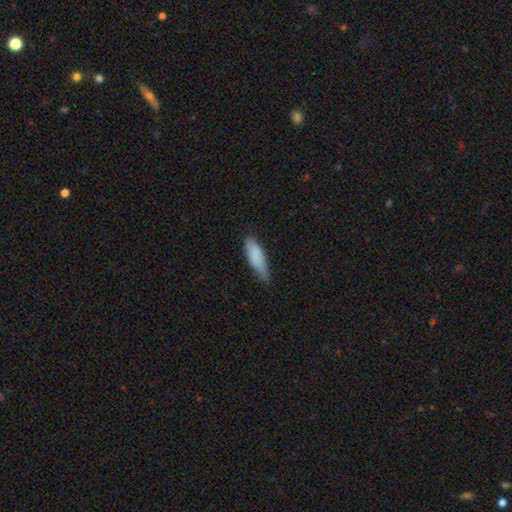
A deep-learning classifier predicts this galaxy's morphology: Smooth or featured?
  - smooth: 85% *
  - featured or disk: 9%
  - star or artifact: 6%
How rounded?
  - cigar-shaped: 49% * (tied)
  - in between: 49% * (tied)
  - round: 2%
Merging?
  - none: 56% *
  - minor disturbance: 36%
  - major disturbance: 6%
  - merger: 2%